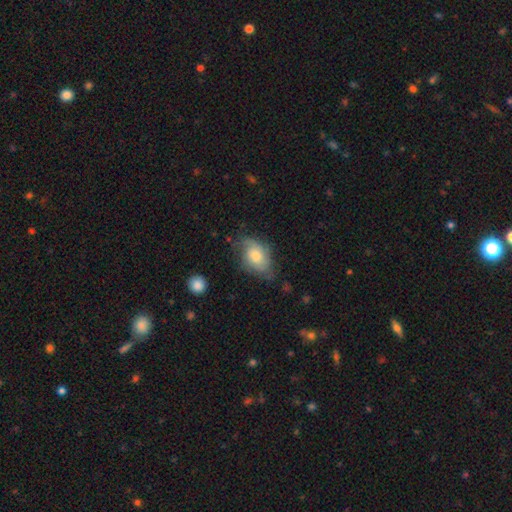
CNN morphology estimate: Smooth or featured? Predicted: smooth (p=0.52). How rounded? Predicted: in between (p=0.80). Merging? Predicted: none (p=0.53).